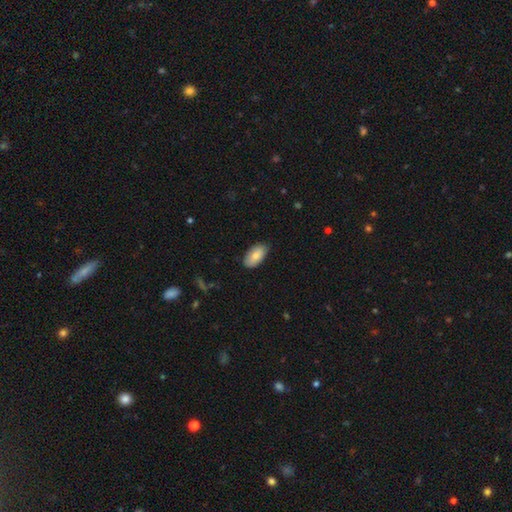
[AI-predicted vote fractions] smooth 81%, featured or disk 13%, star or artifact 6%. Down the decision tree: how rounded — in between (95%); merging — none (82%).